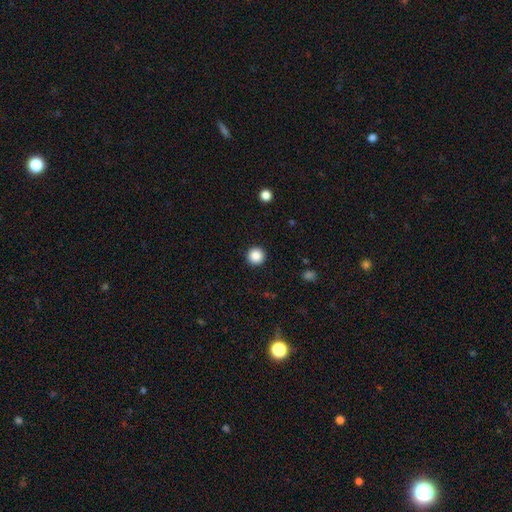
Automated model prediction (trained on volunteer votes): Smooth or featured?
  - smooth: 87% *
  - star or artifact: 10%
  - featured or disk: 3%
How rounded?
  - round: 96% *
  - in between: 3%
  - cigar-shaped: 1%
Merging?
  - none: 93% *
  - minor disturbance: 4%
  - major disturbance: 2%
  - merger: 1%